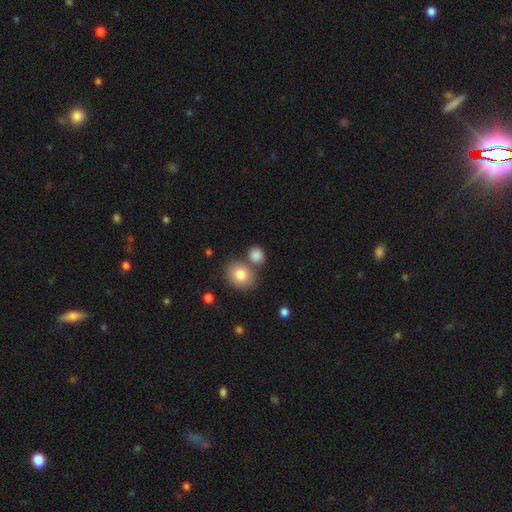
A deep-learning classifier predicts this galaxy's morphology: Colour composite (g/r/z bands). It shows a smooth galaxy with no disk features (84%) that is round (69%). Merging: none (62%).